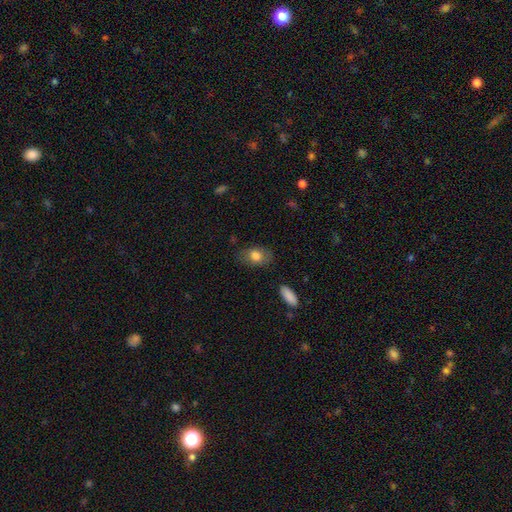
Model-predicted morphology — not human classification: smooth_or_featured: smooth (p=0.78) [alt: featured or disk p=0.15]
how_rounded: in between (p=0.83) [alt: round p=0.16]
merging: none (p=0.75) [alt: minor disturbance p=0.18]